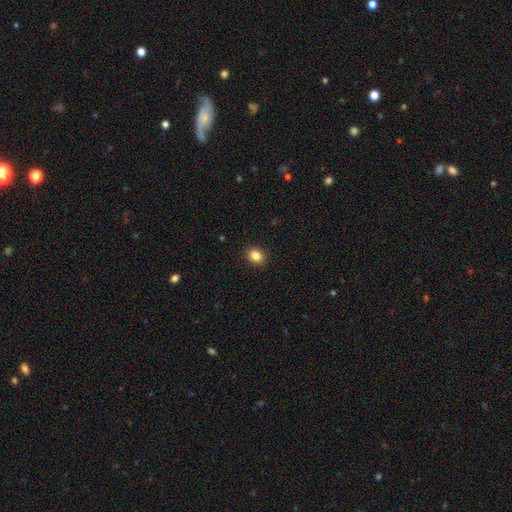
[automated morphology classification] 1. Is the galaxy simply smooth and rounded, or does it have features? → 85% smooth, 10% star or artifact, 5% featured or disk.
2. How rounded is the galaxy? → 57% round, 42% in between, 1% cigar-shaped.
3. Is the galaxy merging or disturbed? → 91% none, 6% minor disturbance, 2% major disturbance, 1% merger.